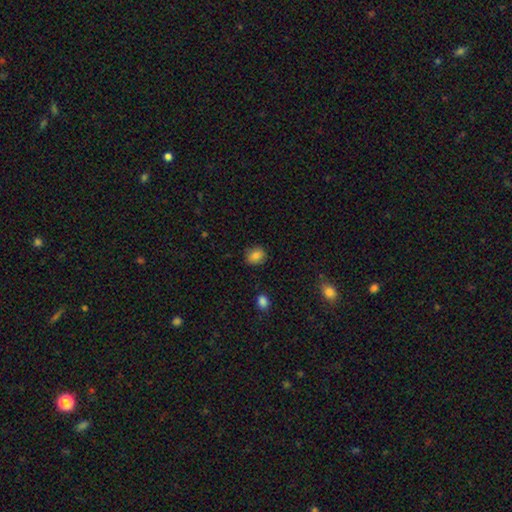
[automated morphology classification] smooth_or_featured: smooth (p=0.84) [alt: star or artifact p=0.10]
how_rounded: round (p=0.70) [alt: in between p=0.29]
merging: none (p=0.86) [alt: minor disturbance p=0.10]